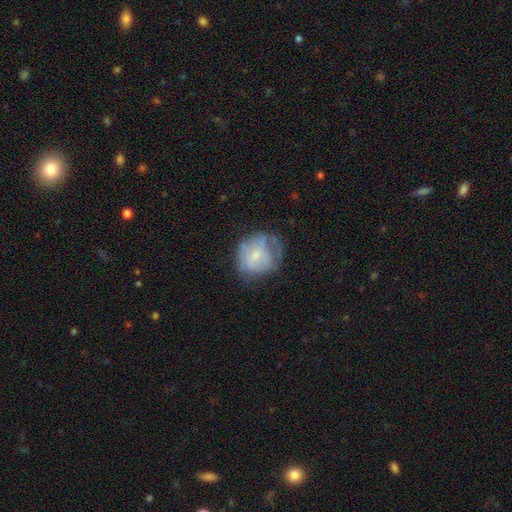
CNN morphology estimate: smooth_or_featured: smooth (p=0.52) [alt: featured or disk p=0.39]
how_rounded: round (p=0.66) [alt: in between p=0.33]
merging: none (p=0.41) [alt: minor disturbance p=0.32]